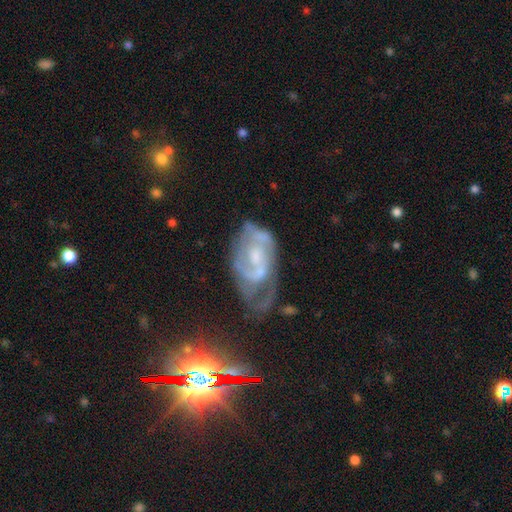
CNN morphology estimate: This is likely a featured or disk galaxy (75%). It is clearly not viewed edge-on (96%). Bar: possibly no (58%). Spiral arm pattern: likely yes (77%). Spiral arm count: marginally 2 (44%). Spiral winding: marginally medium (41%, tied with tight). Central bulge: marginally small (43%). Merging: marginally none (38%).